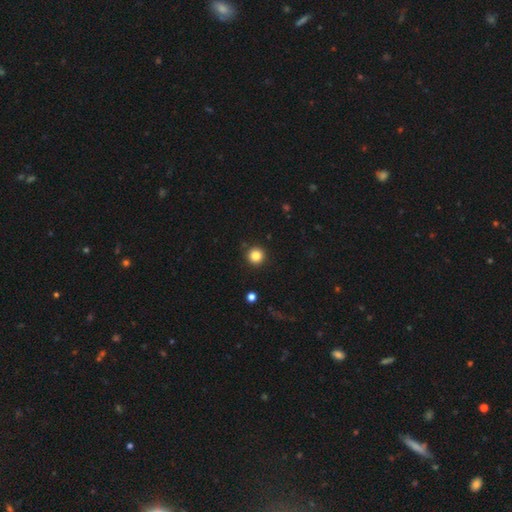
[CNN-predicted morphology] Smooth or featured? smooth (84%)
How rounded? round (96%)
Merging? none (91%)